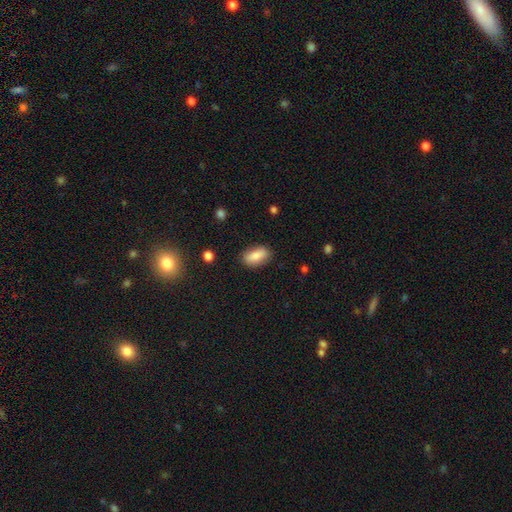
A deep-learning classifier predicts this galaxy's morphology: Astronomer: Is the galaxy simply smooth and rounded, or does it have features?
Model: smooth — 81%.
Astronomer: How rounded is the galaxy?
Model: in between — 88%.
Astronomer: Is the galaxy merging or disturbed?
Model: none — 84%.